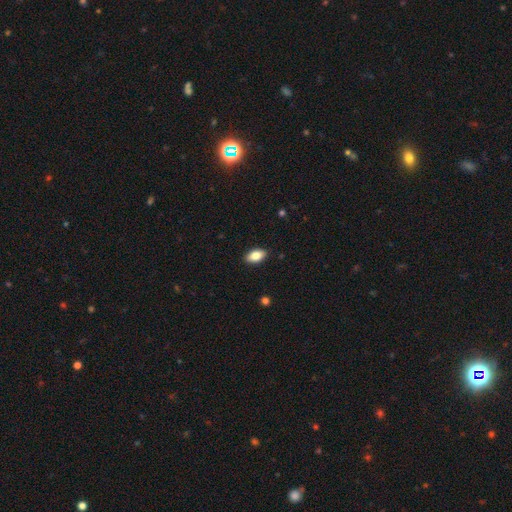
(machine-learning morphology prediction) smooth 83%, featured or disk 10%, star or artifact 7%. Down the decision tree: how rounded — in between (92%); merging — none (89%).